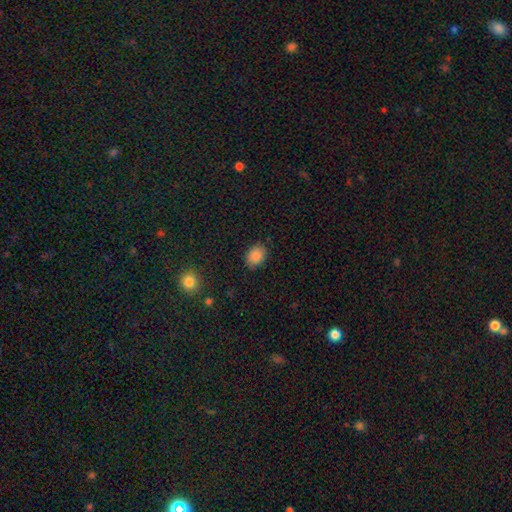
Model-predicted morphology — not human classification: A smooth galaxy with no disk features (86%) that is in between round and cigar-shaped (61%).

Vote fractions:
- Smooth or featured? smooth: 86% / star or artifact: 9% / featured or disk: 5%
- How rounded? in between: 61% / round: 38% / cigar-shaped: 1%
- Merging? none: 83% / minor disturbance: 13% / major disturbance: 3% / merger: 1%